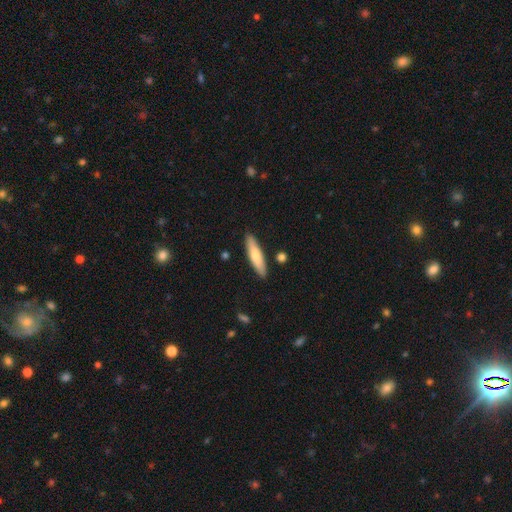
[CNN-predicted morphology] smooth 72%, featured or disk 23%, star or artifact 5%. Down the decision tree: how rounded — cigar-shaped (75%); merging — none (87%).